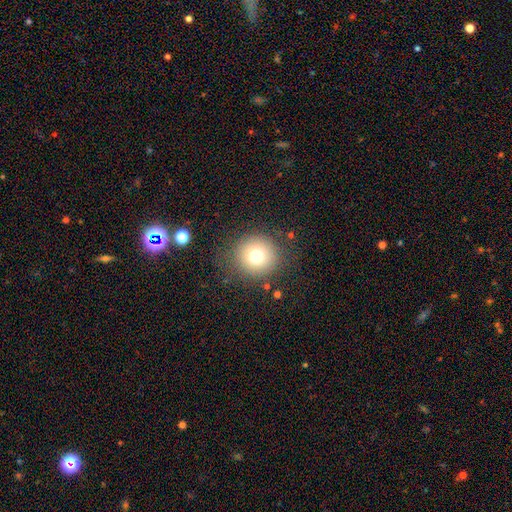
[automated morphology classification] smooth-or-featured: smooth: 74% | star or artifact: 14% | featured or disk: 12%
  how-rounded: round: 92% | in between: 7% | cigar-shaped: 1%
  merging: none: 84% | minor disturbance: 9% | major disturbance: 5% | merger: 2%